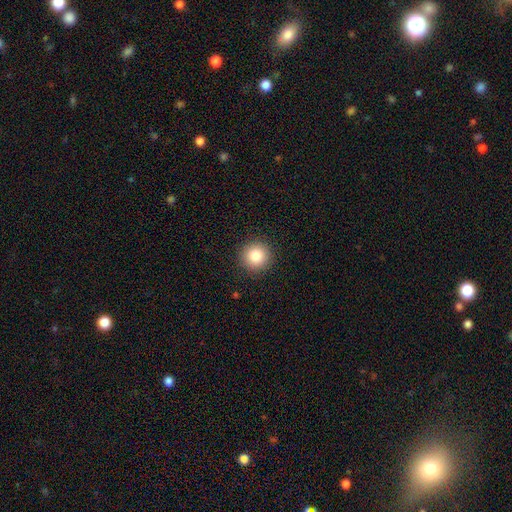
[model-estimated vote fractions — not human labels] This appears to be a smooth galaxy with no disk features (84%) that is round (95%). Merging: none (92%).